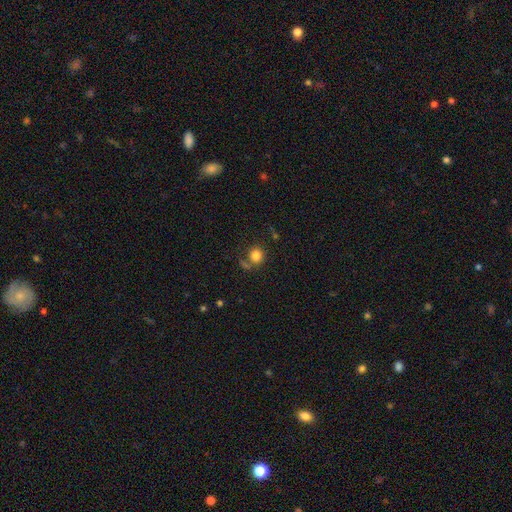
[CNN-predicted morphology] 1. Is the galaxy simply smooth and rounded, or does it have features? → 81% smooth, 11% star or artifact, 7% featured or disk.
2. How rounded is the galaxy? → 85% round, 14% in between, 1% cigar-shaped.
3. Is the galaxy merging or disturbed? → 67% none, 14% merger, 12% minor disturbance, 7% major disturbance.